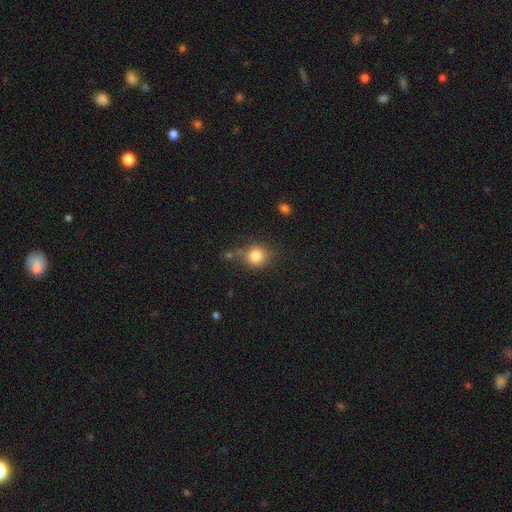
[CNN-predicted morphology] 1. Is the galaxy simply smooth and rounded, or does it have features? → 81% smooth, 11% star or artifact, 8% featured or disk.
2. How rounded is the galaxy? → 77% round, 22% in between, 1% cigar-shaped.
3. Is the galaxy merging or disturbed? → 64% none, 19% minor disturbance, 10% merger, 7% major disturbance.